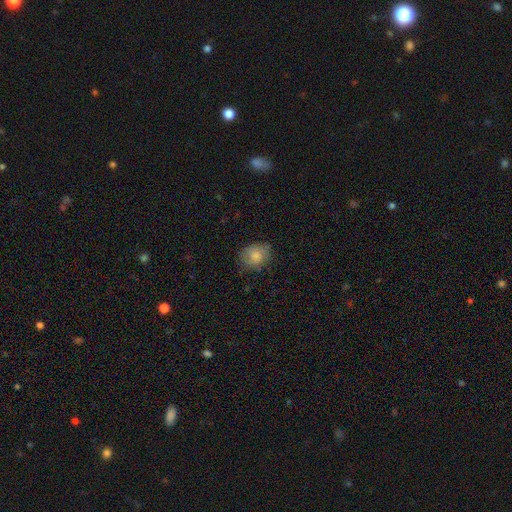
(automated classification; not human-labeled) smooth 81%, featured or disk 11%, star or artifact 8%. Down the decision tree: how rounded — round (54%); merging — none (73%).